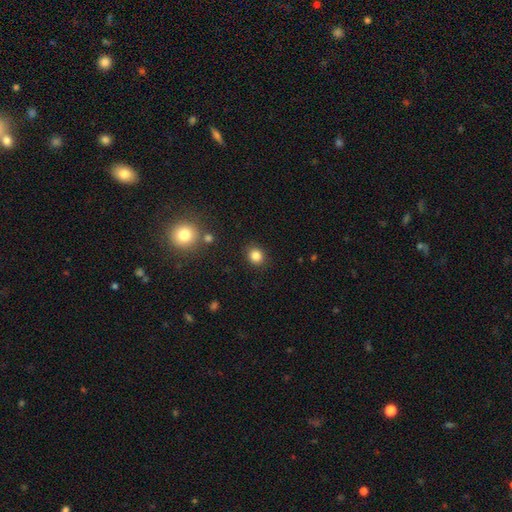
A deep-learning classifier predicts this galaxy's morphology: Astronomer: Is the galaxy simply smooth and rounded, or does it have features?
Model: smooth — 84%.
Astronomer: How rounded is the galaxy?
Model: round — 79%.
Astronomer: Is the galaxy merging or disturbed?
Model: none — 88%.